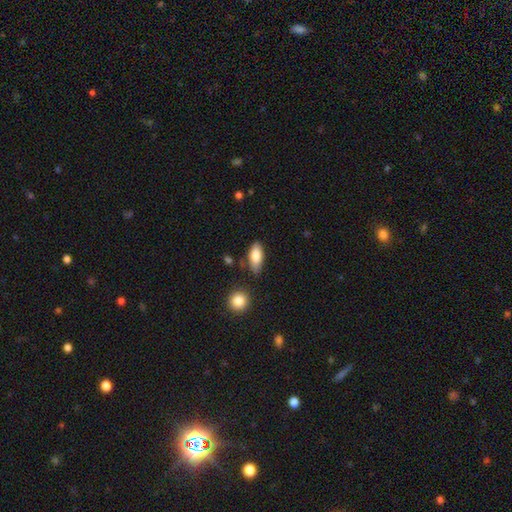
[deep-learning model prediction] smooth 81%, featured or disk 12%, star or artifact 7%. Down the decision tree: how rounded — in between (82%); merging — none (73%).